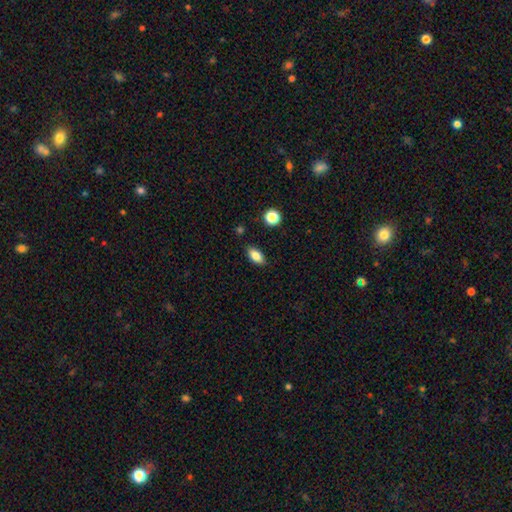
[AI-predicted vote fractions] A smooth galaxy with no disk features (83%) that is in between round and cigar-shaped (87%). Merging: none (85%).